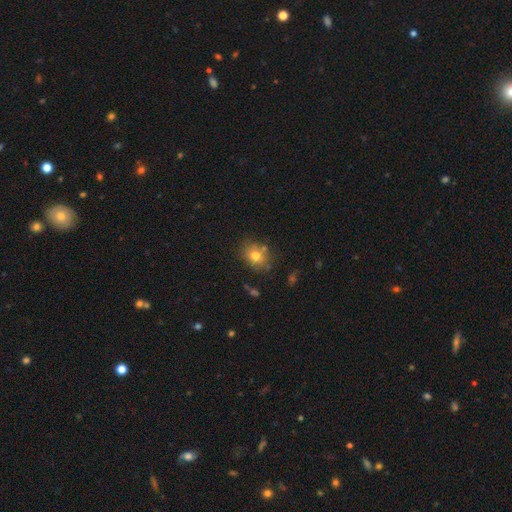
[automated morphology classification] A smooth galaxy with no disk features (76%) that is round (51%). Merging: none (75%).